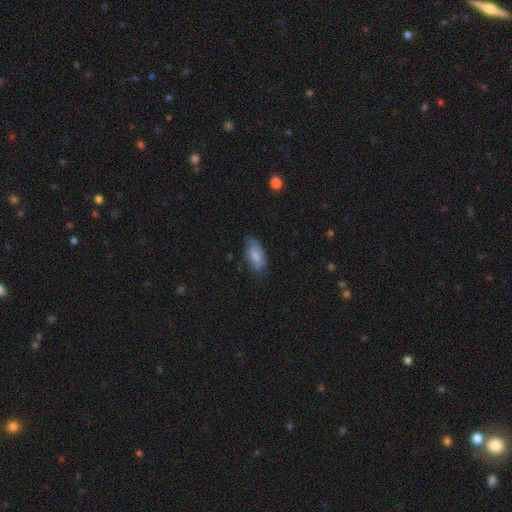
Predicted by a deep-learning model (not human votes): smooth-or-featured: smooth: 77% | featured or disk: 17% | star or artifact: 6%
  how-rounded: in between: 90% | cigar-shaped: 7% | round: 3%
  merging: none: 63% | minor disturbance: 29% | major disturbance: 6% | merger: 2%